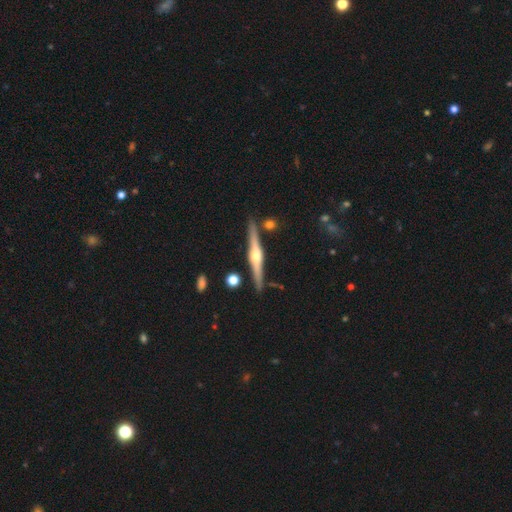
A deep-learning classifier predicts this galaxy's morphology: smooth-or-featured: featured or disk: 81% | smooth: 14% | star or artifact: 5%
  disk-edge-on: yes: 98% | no: 2%
    edge-on-bulge: rounded: 93% | boxy: 5% | none: 2%
  merging: none: 88% | minor disturbance: 7% | merger: 3% | major disturbance: 2%